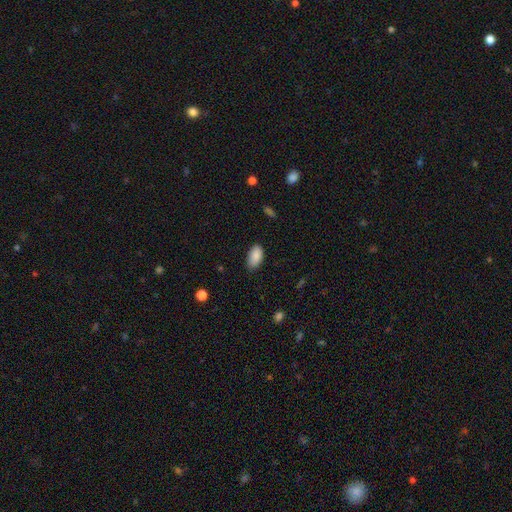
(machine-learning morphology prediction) A smooth galaxy with no disk features (89%) that is in between round and cigar-shaped (94%).

Vote fractions:
- Smooth or featured? smooth: 89% / star or artifact: 7% / featured or disk: 4%
- How rounded? in between: 94% / round: 3% / cigar-shaped: 3%
- Merging? none: 78% / minor disturbance: 18% / major disturbance: 3% / merger: 1%